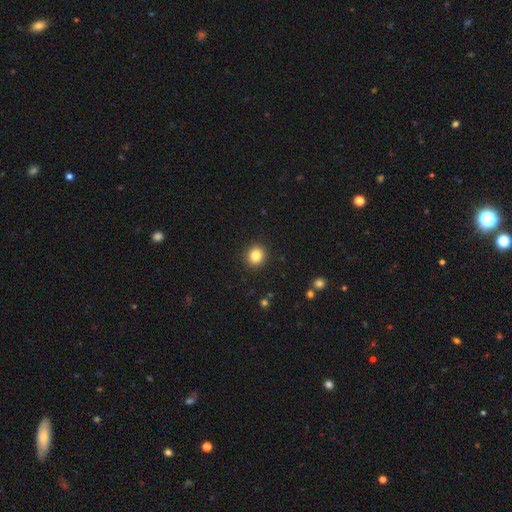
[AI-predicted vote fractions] Smooth or featured? smooth (84%)
How rounded? round (87%)
Merging? none (92%)